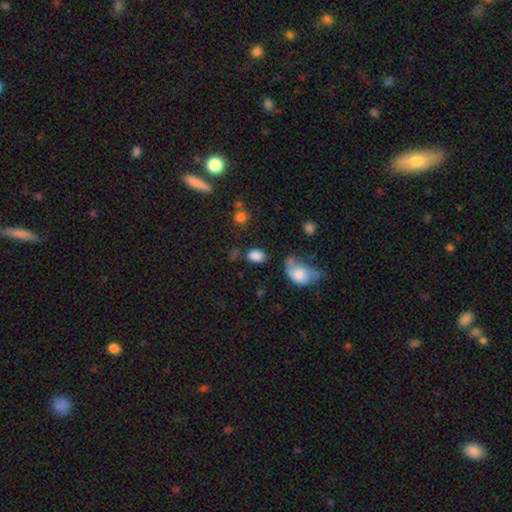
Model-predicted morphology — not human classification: Smooth or featured? smooth (84%)
How rounded? in between (82%)
Merging? none (64%)